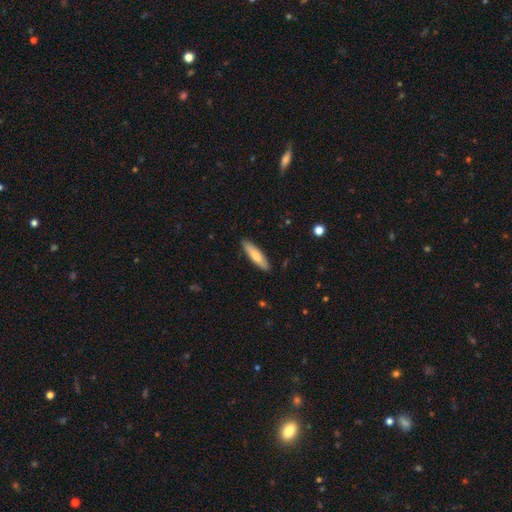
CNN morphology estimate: The model was most divided on "how rounded": cigar-shaped: 74%, in between: 24%, round: 1%. More confident: merging — none (89%); smooth or featured — smooth (74%).